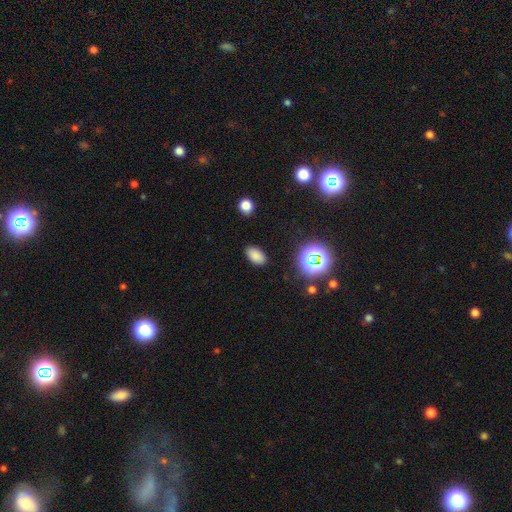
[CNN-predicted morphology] Smooth or featured: smooth — 80% (star or artifact — 15%)
How rounded: in between — 92% (round — 6%)
Merging: none — 87% (minor disturbance — 9%)